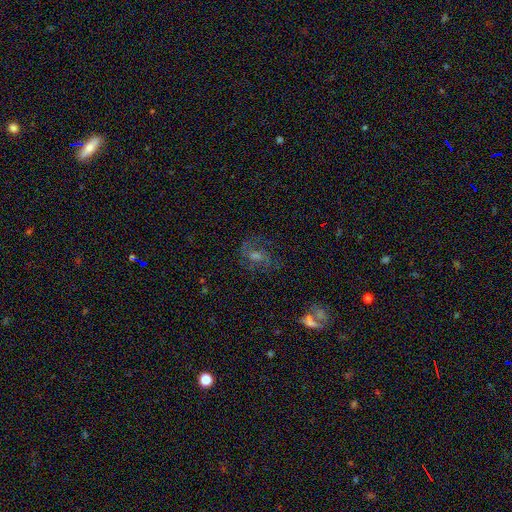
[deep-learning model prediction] smooth_or_featured: featured or disk (p=0.55) [alt: star or artifact p=0.24]
disk_edge_on: no (p=0.96) [alt: yes p=0.04]
bar: weak (p=0.44) [alt: no p=0.43]
has_spiral_arms: yes (p=0.82) [alt: no p=0.18]
bulge_size: moderate (p=0.47) [alt: small p=0.32]
merging: none (p=0.65) [alt: minor disturbance p=0.17]